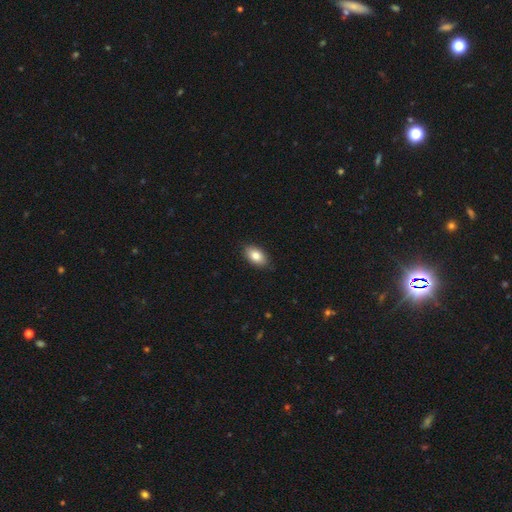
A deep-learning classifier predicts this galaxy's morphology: Smooth or featured: smooth — 83% (featured or disk — 10%)
How rounded: in between — 93% (round — 5%)
Merging: none — 86% (minor disturbance — 11%)